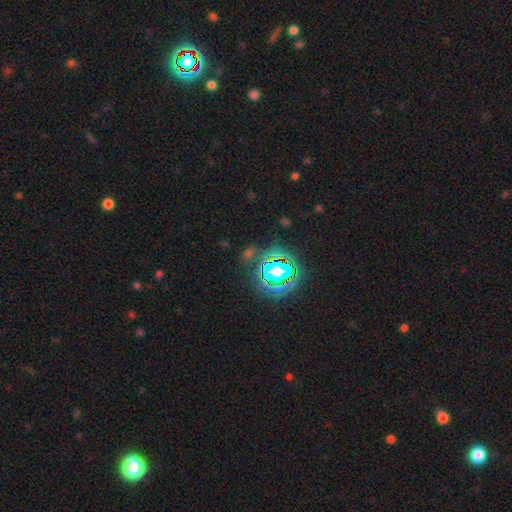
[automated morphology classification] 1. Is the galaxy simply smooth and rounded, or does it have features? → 83% star or artifact, 10% smooth, 6% featured or disk.